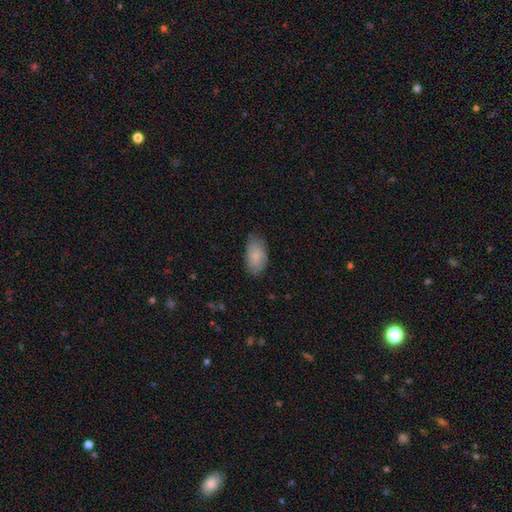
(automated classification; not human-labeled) A smooth galaxy with no disk features (86%) that is in between round and cigar-shaped (94%).

Vote fractions:
- Smooth or featured? smooth: 86% / featured or disk: 8% / star or artifact: 6%
- How rounded? in between: 94% / round: 4% / cigar-shaped: 2%
- Merging? none: 75% / minor disturbance: 20% / major disturbance: 4% / merger: 1%